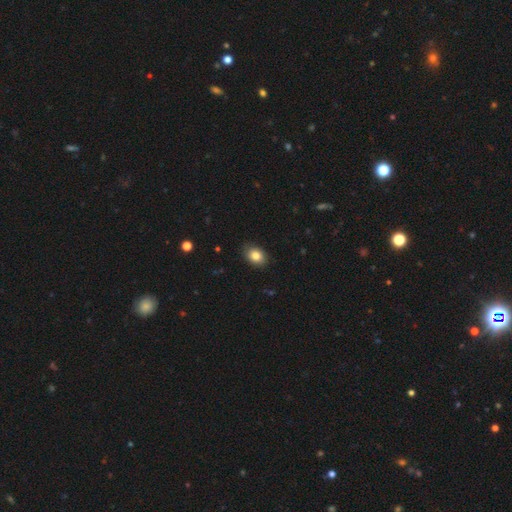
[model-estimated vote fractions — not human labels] This appears to be a smooth galaxy with no disk features (84%) that is in between round and cigar-shaped (69%). Merging: none (86%).